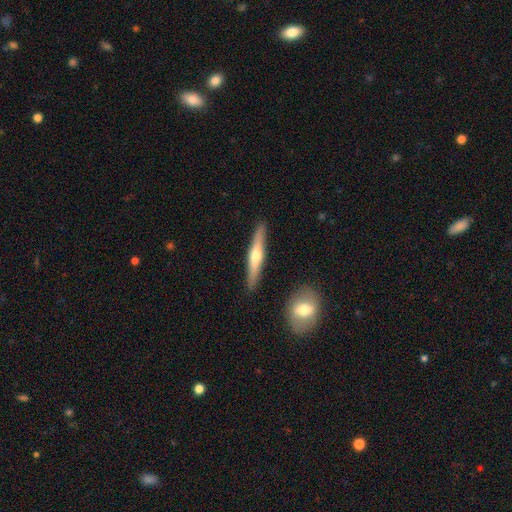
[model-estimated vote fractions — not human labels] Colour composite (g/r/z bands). It shows a featured or disk galaxy (59%) viewed edge-on (96%) with a rounded central bulge (89%). Merging: none (90%).